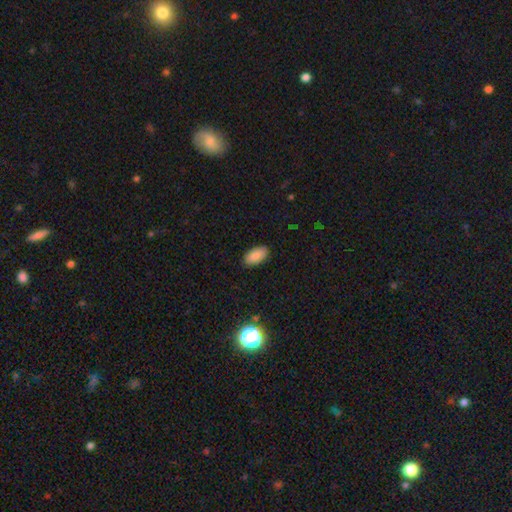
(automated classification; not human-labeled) This is clearly a smooth galaxy (88%). How rounded: clearly in between (94%). Merging: clearly none (89%).